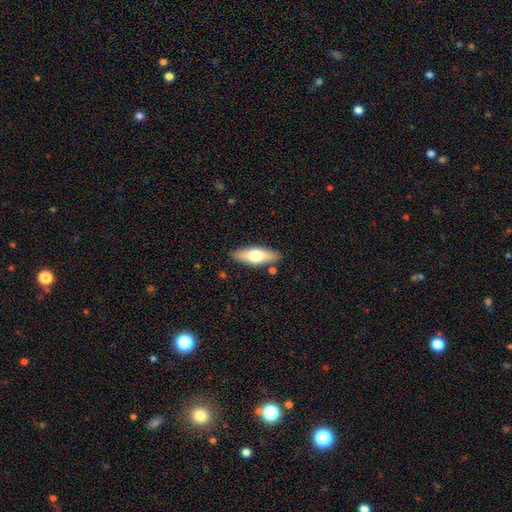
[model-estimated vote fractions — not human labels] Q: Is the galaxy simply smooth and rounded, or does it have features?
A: smooth — 61%.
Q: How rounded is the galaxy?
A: in between — 60%.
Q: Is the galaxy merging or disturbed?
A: none — 85%.